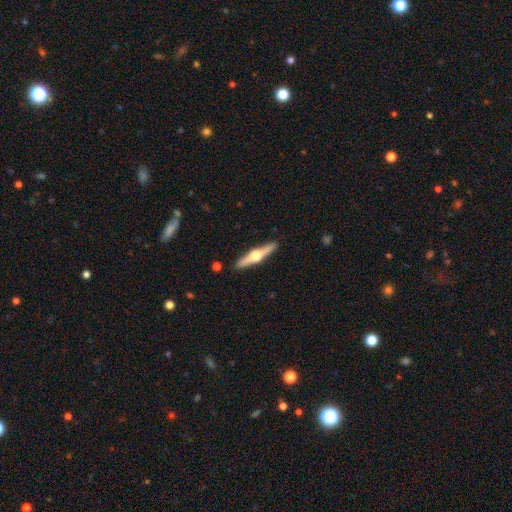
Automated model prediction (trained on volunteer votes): Smooth or featured? Predicted: featured or disk (p=0.71). Edge-on disk? Predicted: yes (p=0.97). Edge-on bulge? Predicted: rounded (p=0.96). Merging? Predicted: none (p=0.90).